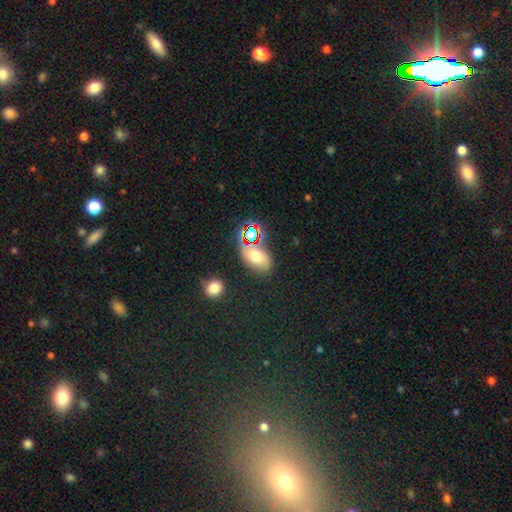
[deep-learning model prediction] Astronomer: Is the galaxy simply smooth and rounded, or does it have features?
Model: smooth — 61%.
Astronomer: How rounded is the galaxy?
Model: in between — 84%.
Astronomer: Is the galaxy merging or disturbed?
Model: none — 68%.